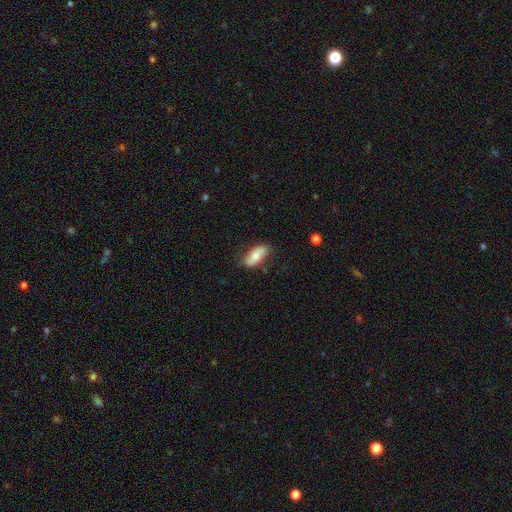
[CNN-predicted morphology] Smooth or featured? Predicted: smooth (p=0.66). How rounded? Predicted: in between (p=0.84). Merging? Predicted: none (p=0.78).